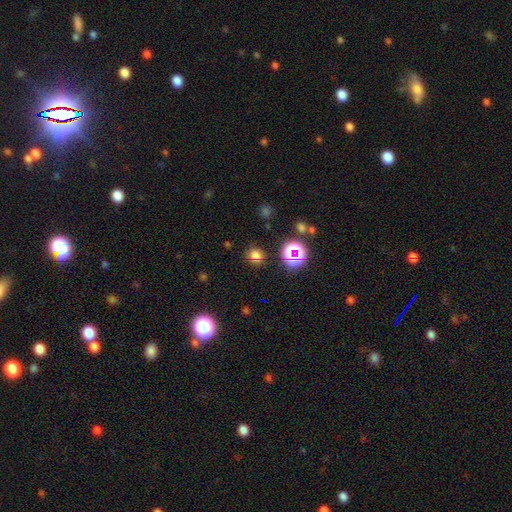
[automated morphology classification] Smooth or featured?
  - smooth: 64% *
  - star or artifact: 30%
  - featured or disk: 6%
How rounded?
  - round: 83% *
  - in between: 16%
  - cigar-shaped: 1%
Merging?
  - none: 80% *
  - minor disturbance: 11%
  - merger: 5%
  - major disturbance: 4%